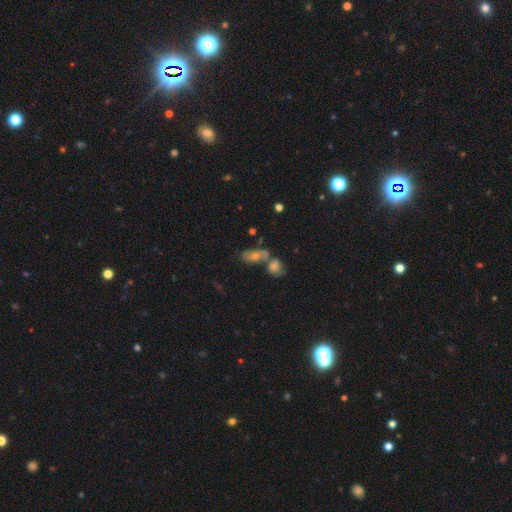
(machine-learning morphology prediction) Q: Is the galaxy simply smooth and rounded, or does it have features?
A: smooth — 45%.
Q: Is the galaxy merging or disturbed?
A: merger — 45%.